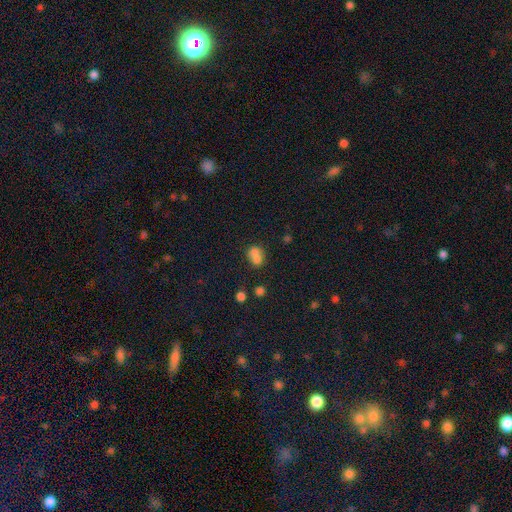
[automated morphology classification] Smooth or featured?
  - smooth: 72% *
  - featured or disk: 16%
  - star or artifact: 12%
How rounded?
  - round: 55% *
  - in between: 44%
  - cigar-shaped: 1%
Merging?
  - merger: 60% *
  - none: 27%
  - minor disturbance: 8%
  - major disturbance: 4%